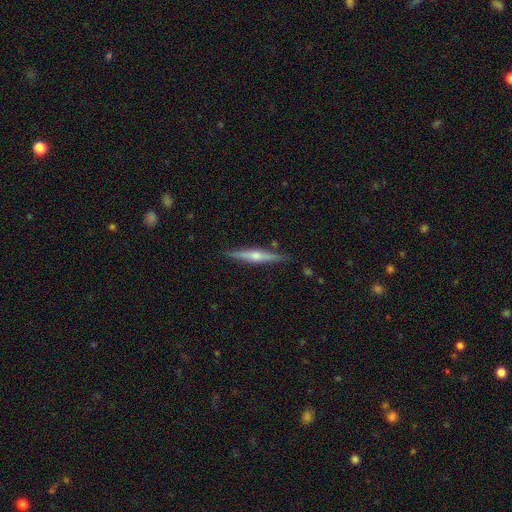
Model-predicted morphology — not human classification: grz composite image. It shows a featured or disk galaxy (66%) viewed edge-on (97%) with a rounded central bulge (87%). Merging: none (88%).